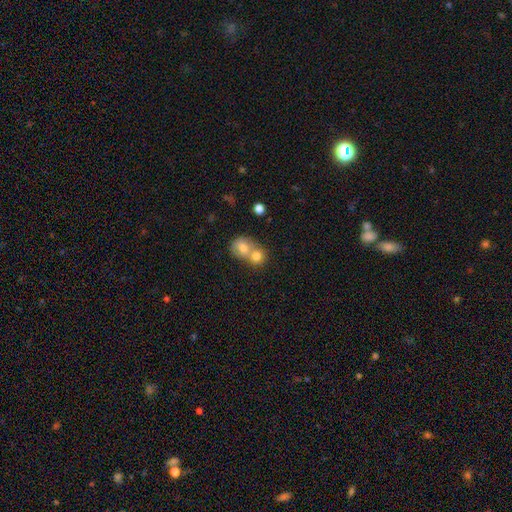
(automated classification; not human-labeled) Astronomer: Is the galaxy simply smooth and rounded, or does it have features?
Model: smooth — 63%.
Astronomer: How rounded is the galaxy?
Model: round — 71%.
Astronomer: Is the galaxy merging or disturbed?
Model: merger — 64%.